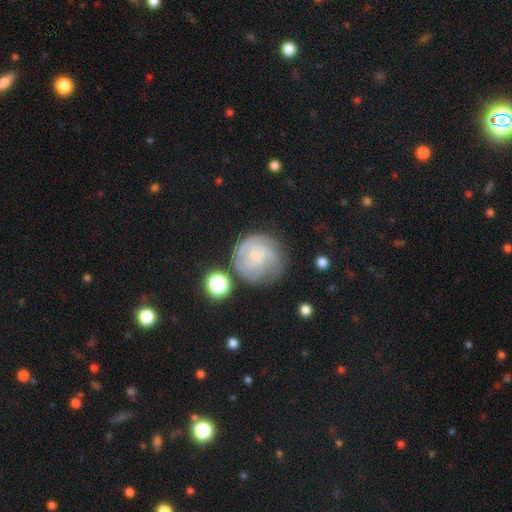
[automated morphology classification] type=featured or disk (68%); edge-on=no (98%); bar=no (71%); spiral arms=yes (92%); winding=tight (63%); arm count=can't tell (36%); bulge=small (54%); merging=none (66%).